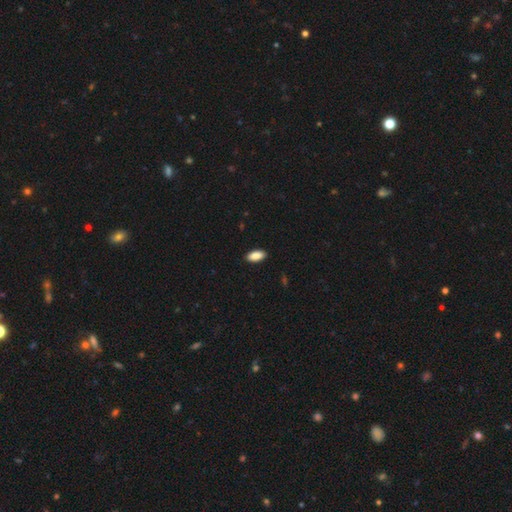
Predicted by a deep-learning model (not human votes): smooth_or_featured: smooth (p=0.89) [alt: star or artifact p=0.07]
how_rounded: in between (p=0.92) [alt: cigar-shaped p=0.06]
merging: none (p=0.90) [alt: minor disturbance p=0.08]